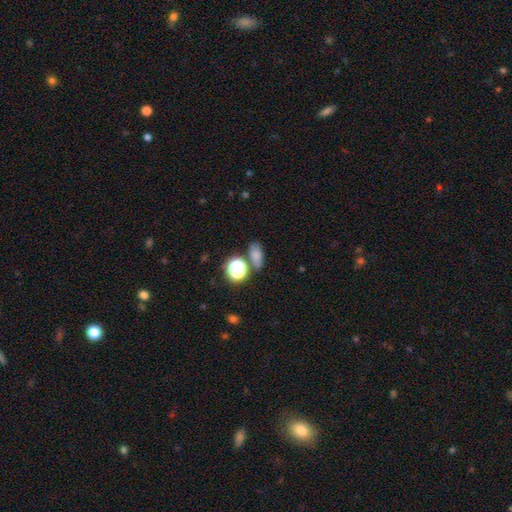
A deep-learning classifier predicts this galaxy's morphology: Overall: smooth (72%). How rounded: in between (73%). Merging: none (66%).